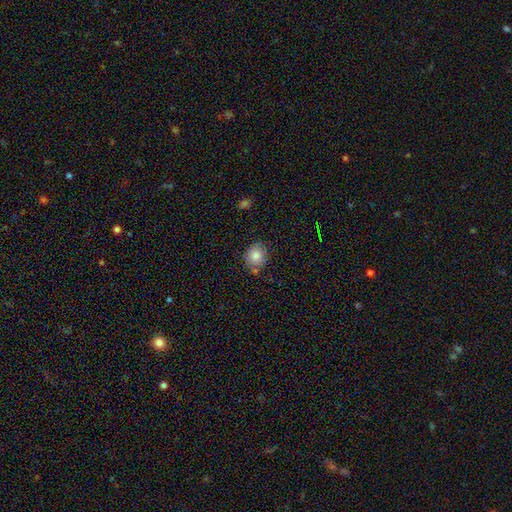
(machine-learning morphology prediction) A smooth galaxy with no disk features (82%) that is round (74%).

Vote fractions:
- Smooth or featured? smooth: 82% / star or artifact: 9% / featured or disk: 8%
- How rounded? round: 74% / in between: 25% / cigar-shaped: 1%
- Merging? none: 76% / minor disturbance: 15% / merger: 6% / major disturbance: 3%